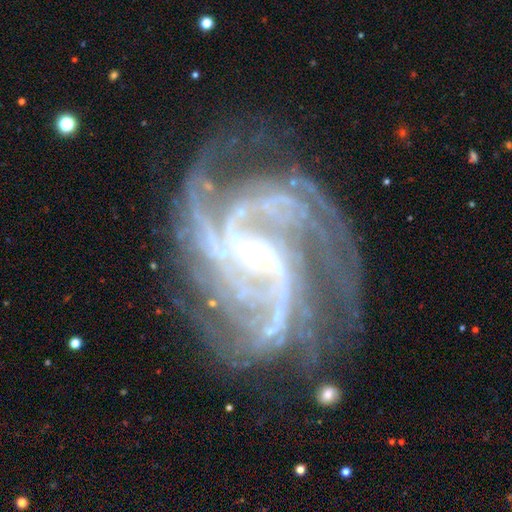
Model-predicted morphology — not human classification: featured or disk 92%, star or artifact 6%, smooth 2%. Down the decision tree: edge-on disk — no (98%); bar — no (43%); spiral arms — yes (99%); spiral arm count — 3 (26%); spiral winding — medium (49%); bulge size — small (86%); merging — none (66%).